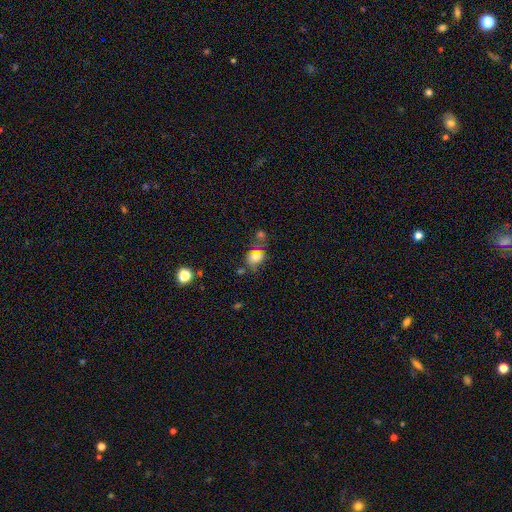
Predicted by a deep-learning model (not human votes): Smooth or featured? smooth (66%)
How rounded? in between (64%)
Merging? none (52%)